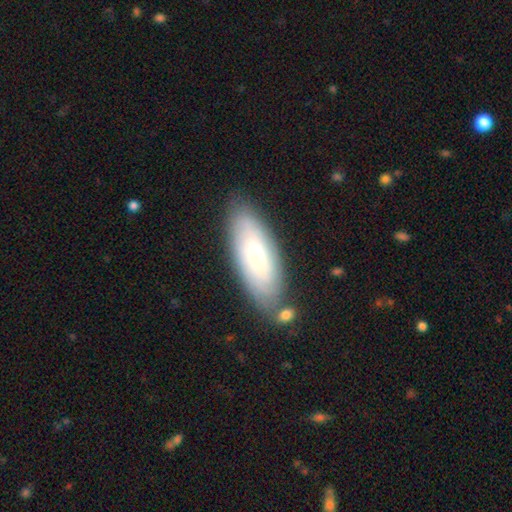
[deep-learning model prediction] Smooth or featured? smooth (55%)
How rounded? in between (70%)
Merging? none (74%)